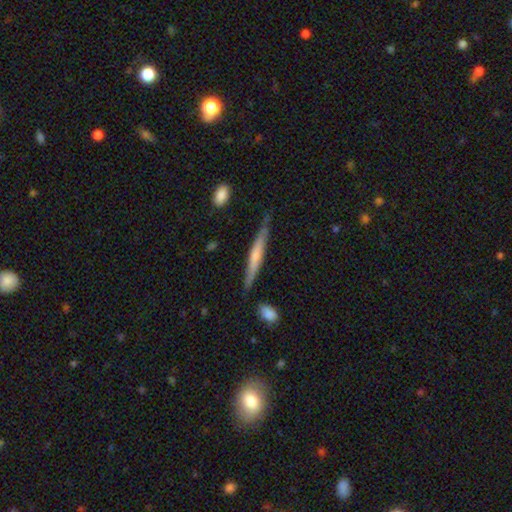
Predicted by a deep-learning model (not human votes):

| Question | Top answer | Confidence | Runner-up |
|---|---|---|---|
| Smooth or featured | smooth | 48% | featured or disk (47%) |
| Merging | none | 77% | minor disturbance (16%) |